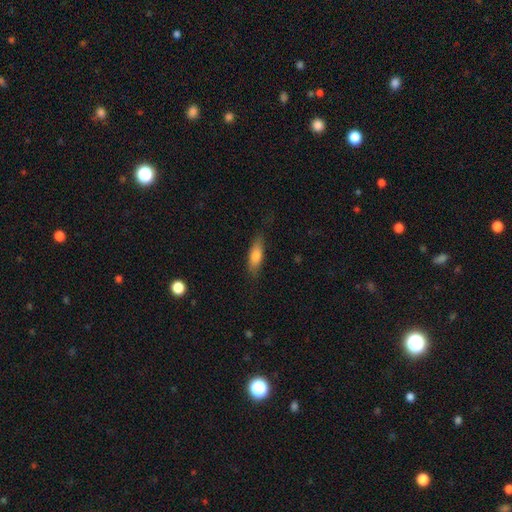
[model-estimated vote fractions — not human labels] smooth-or-featured: smooth: 76% | featured or disk: 17% | star or artifact: 6%
  how-rounded: in between: 58% | cigar-shaped: 40% | round: 3%
  merging: none: 80% | minor disturbance: 15% | major disturbance: 4% | merger: 1%